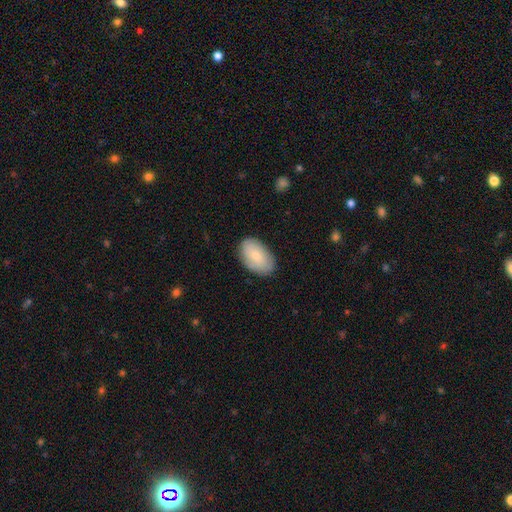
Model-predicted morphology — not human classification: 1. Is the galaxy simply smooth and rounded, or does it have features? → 78% smooth, 16% featured or disk, 6% star or artifact.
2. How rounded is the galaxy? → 93% in between, 6% round, 1% cigar-shaped.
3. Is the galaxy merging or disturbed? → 84% none, 13% minor disturbance, 2% major disturbance, 1% merger.